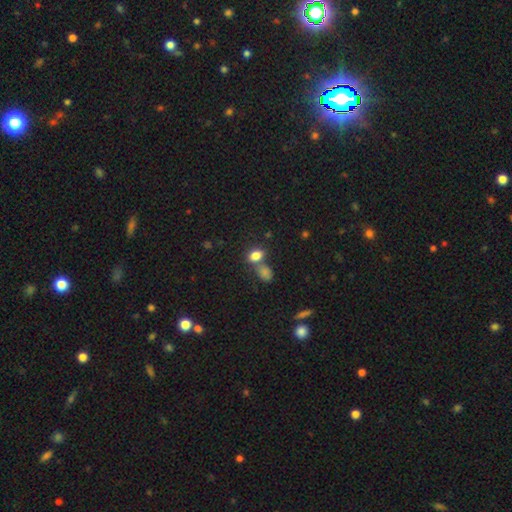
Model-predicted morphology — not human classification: type=smooth (81%); roundness=in between (77%); merging=none (49%).